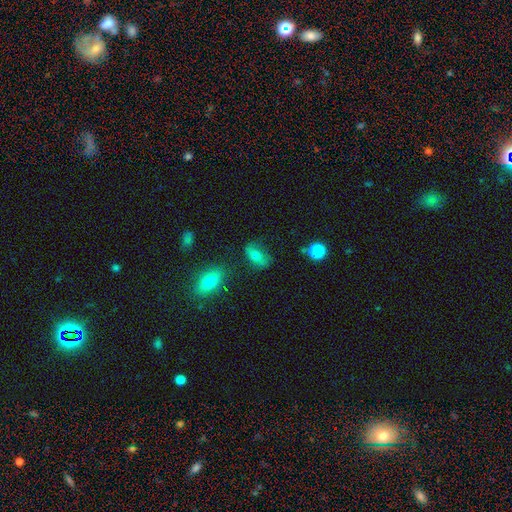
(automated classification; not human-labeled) The model was most divided on "merging": none: 67%, minor disturbance: 21%, major disturbance: 7%, merger: 5%. More confident: how rounded — in between (84%); smooth or featured — smooth (68%).